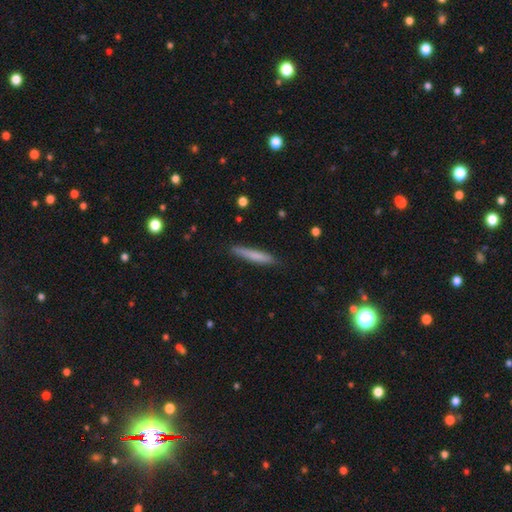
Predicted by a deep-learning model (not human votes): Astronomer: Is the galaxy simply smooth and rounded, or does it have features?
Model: smooth — 76%.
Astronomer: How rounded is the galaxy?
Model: cigar-shaped — 93%.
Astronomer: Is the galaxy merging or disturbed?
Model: none — 85%.